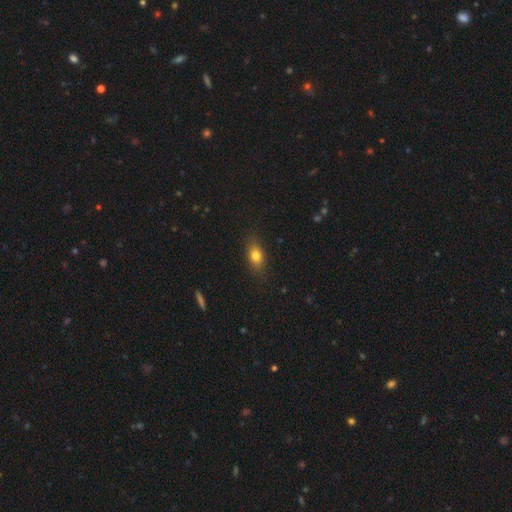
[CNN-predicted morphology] Q: Smooth or featured?
A: smooth (80%); runner-up: featured or disk (11%)
Q: How rounded?
A: in between (75%); runner-up: round (20%)
Q: Merging?
A: none (82%); runner-up: minor disturbance (13%)